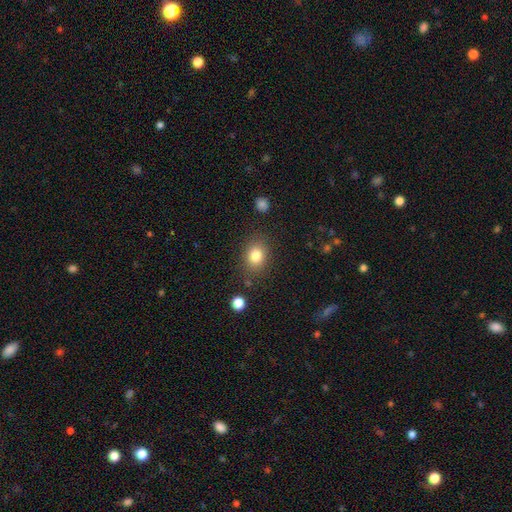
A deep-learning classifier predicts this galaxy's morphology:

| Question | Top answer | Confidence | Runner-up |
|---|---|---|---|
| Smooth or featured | smooth | 82% | star or artifact (10%) |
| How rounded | in between | 51% | round (48%) |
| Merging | none | 82% | minor disturbance (11%) |